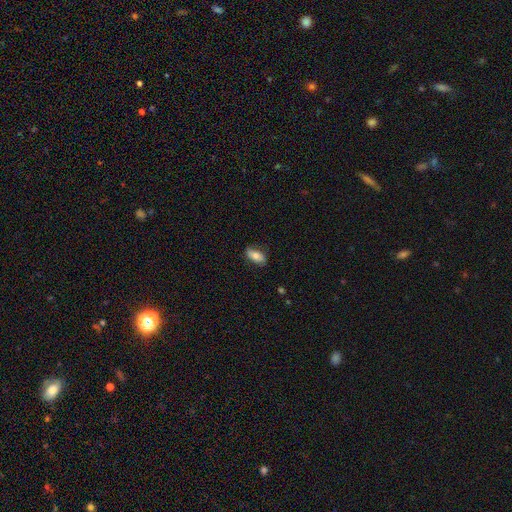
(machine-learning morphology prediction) The model was most divided on "smooth or featured": smooth: 73%, featured or disk: 20%, star or artifact: 7%. More confident: how rounded — in between (88%); merging — none (79%).